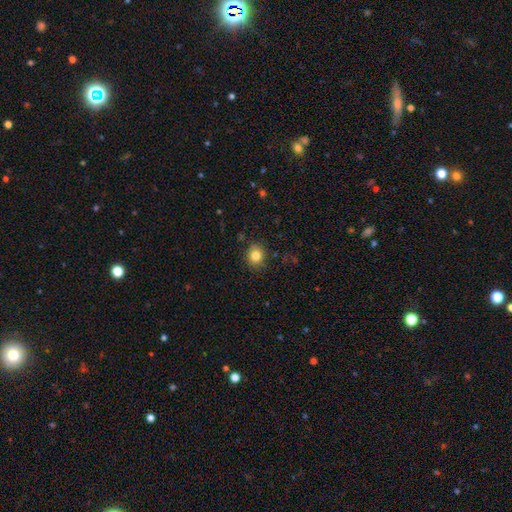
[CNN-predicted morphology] The model was most divided on "how rounded": round: 74%, in between: 25%, cigar-shaped: 1%. More confident: merging — none (86%); smooth or featured — smooth (82%).